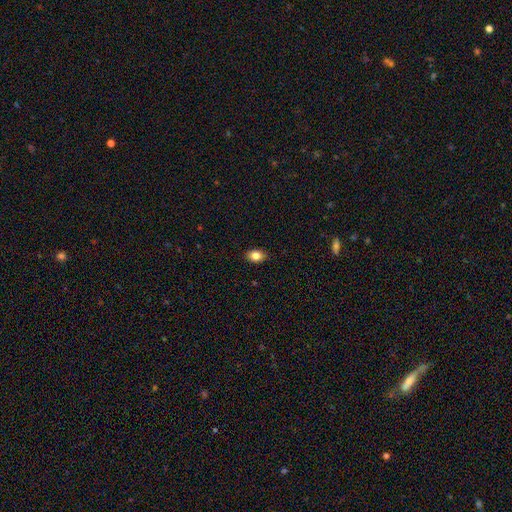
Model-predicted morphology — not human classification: The model was most divided on "how rounded": in between: 78%, round: 20%, cigar-shaped: 1%. More confident: merging — none (87%); smooth or featured — smooth (83%).